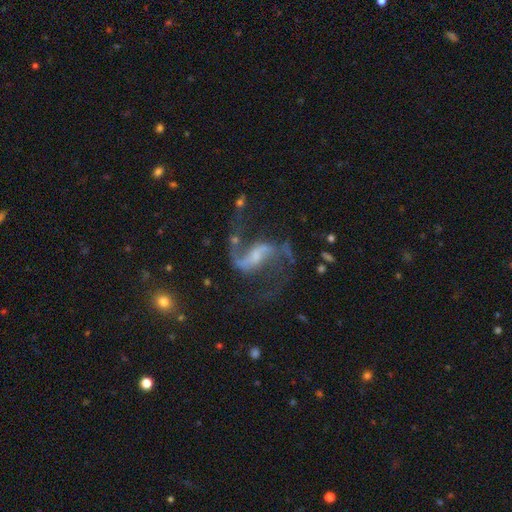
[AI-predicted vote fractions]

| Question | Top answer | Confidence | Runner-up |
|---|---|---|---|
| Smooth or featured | featured or disk | 89% | star or artifact (7%) |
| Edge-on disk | no | 97% | yes (3%) |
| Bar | weak | 46% | strong (35%) |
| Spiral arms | yes | 96% | no (4%) |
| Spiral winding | loose | 73% | medium (23%) |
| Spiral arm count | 2 | 92% | 1 (2%) |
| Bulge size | small | 48% | none (24%) |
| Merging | none | 62% | major disturbance (18%) |